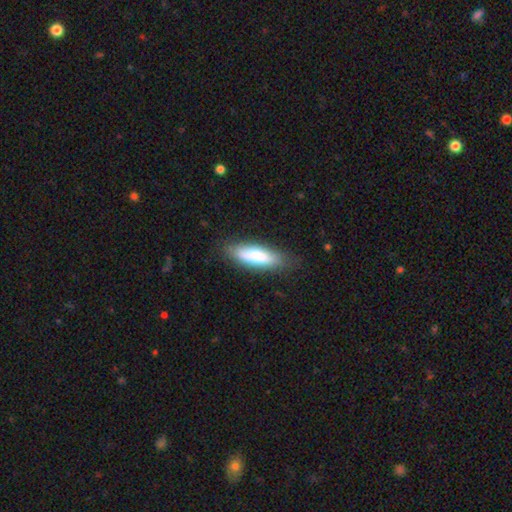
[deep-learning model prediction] Morphology: type=smooth (78%); roundness=in between (50%); merging=none (79%).